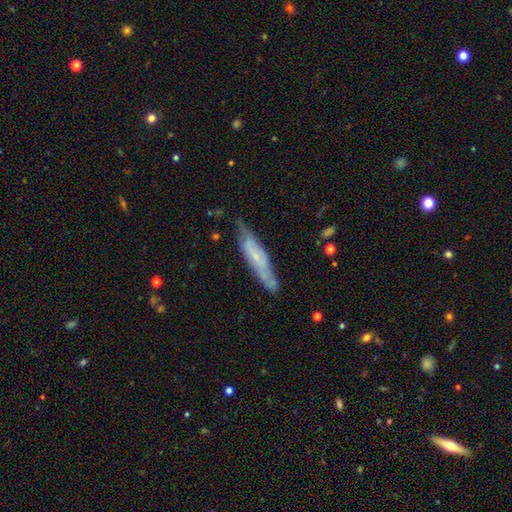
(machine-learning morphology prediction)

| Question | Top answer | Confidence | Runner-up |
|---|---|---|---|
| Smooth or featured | featured or disk | 56% | smooth (37%) |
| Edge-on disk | yes | 55% | no (45%) |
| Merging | none | 67% | minor disturbance (25%) |